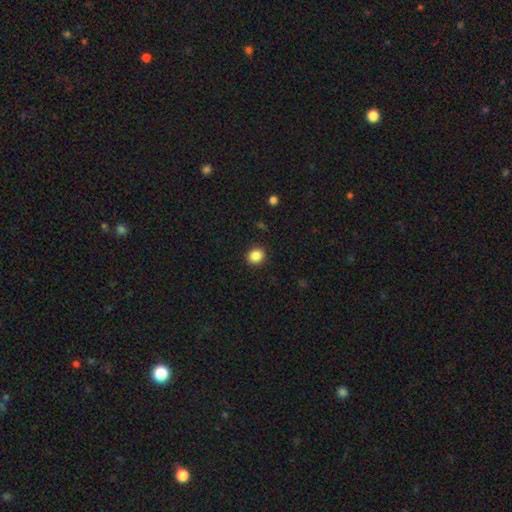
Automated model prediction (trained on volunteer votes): Smooth or featured: smooth — 87% (star or artifact — 10%)
How rounded: round — 73% (in between — 27%)
Merging: none — 90% (minor disturbance — 7%)